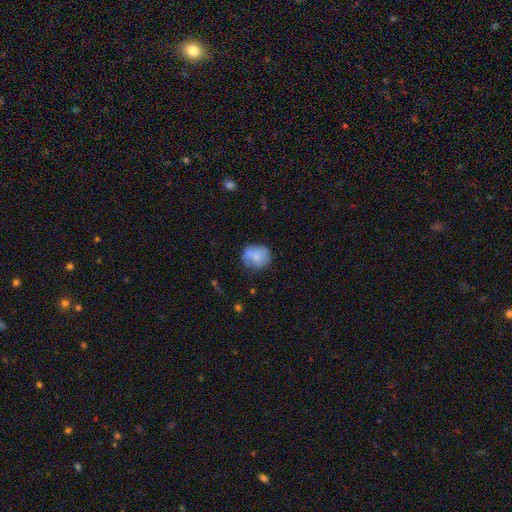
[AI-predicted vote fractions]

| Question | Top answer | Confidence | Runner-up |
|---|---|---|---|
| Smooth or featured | smooth | 68% | featured or disk (23%) |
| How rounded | round | 74% | in between (25%) |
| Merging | none | 58% | minor disturbance (25%) |